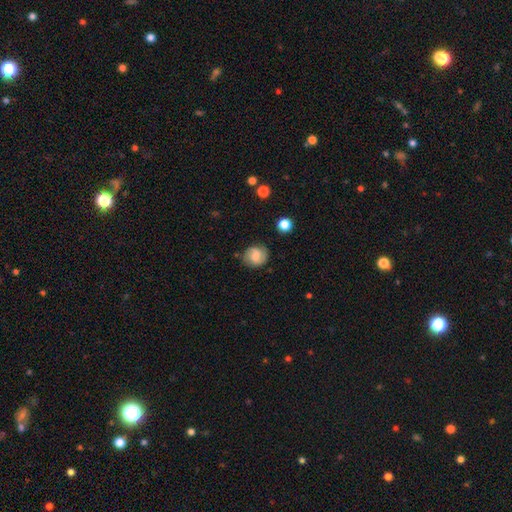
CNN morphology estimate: smooth_or_featured: smooth (p=0.58) [alt: featured or disk p=0.33]
how_rounded: round (p=0.79) [alt: in between p=0.20]
merging: none (p=0.76) [alt: minor disturbance p=0.17]